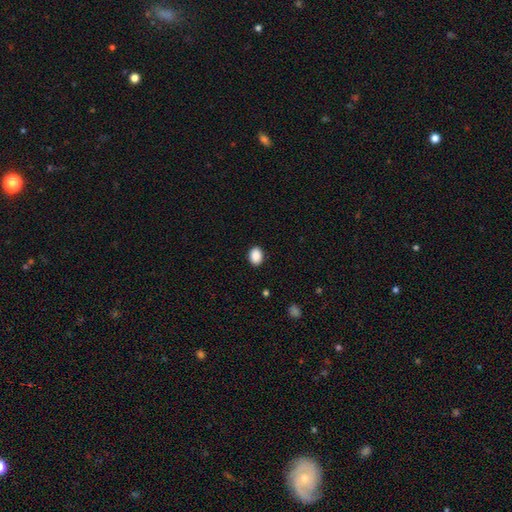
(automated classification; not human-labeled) Overall: smooth (90%). How rounded: in between (67%; round 32%). Merging: none (90%).